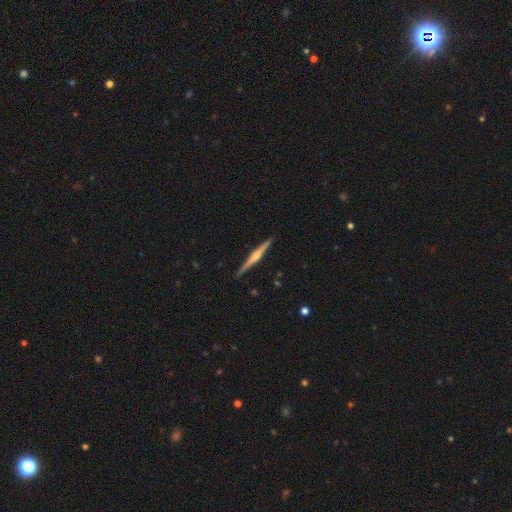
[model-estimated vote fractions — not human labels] This is likely a featured or disk galaxy (76%). It is clearly viewed edge-on (98%). Edge-on bulge: clearly rounded (85%). Merging: clearly none (91%).